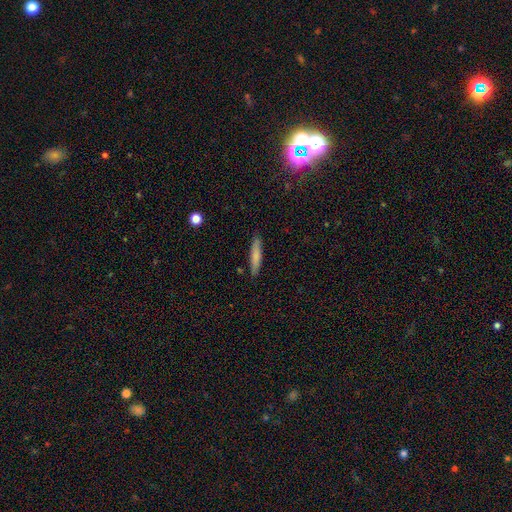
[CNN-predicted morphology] Smooth or featured? smooth (76%)
How rounded? cigar-shaped (88%)
Merging? none (87%)